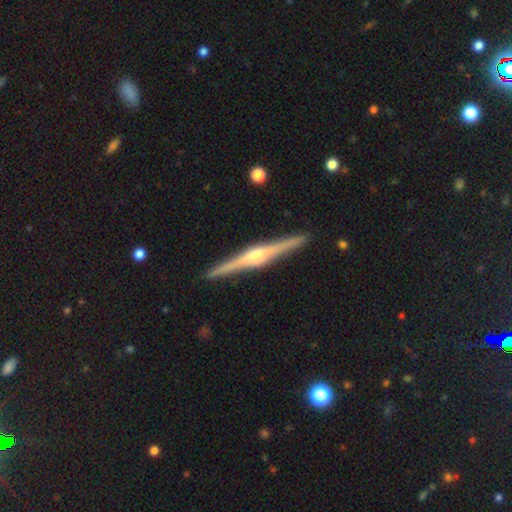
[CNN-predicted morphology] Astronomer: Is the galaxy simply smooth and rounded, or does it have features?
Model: featured or disk — 83%.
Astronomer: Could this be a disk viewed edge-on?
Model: yes — 98%.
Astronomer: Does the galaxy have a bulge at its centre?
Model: rounded — 76%.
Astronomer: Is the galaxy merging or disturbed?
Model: none — 91%.